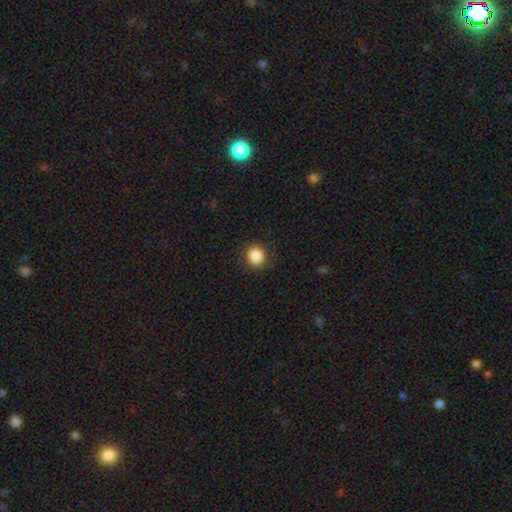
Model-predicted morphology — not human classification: A smooth galaxy with no disk features (87%) that is round (82%).

Vote fractions:
- Smooth or featured? smooth: 87% / star or artifact: 10% / featured or disk: 4%
- How rounded? round: 82% / in between: 17% / cigar-shaped: 1%
- Merging? none: 87% / minor disturbance: 9% / major disturbance: 3% / merger: 1%